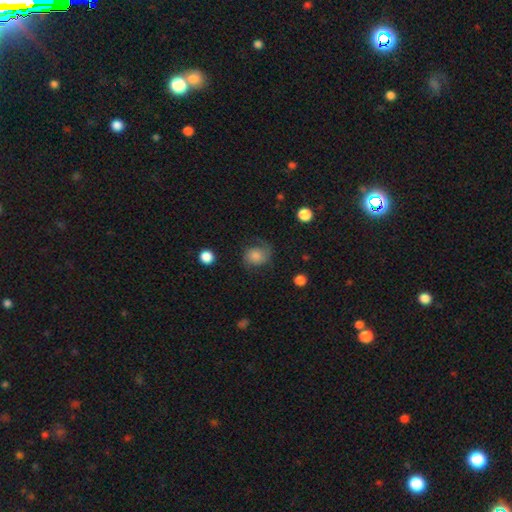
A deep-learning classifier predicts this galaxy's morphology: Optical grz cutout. It shows a smooth galaxy with no disk features (52%) that is round (66%). Merging: none (58%).